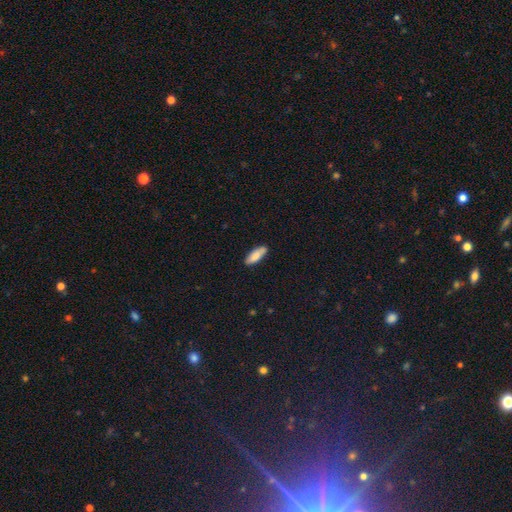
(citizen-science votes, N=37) Smooth or featured: smooth — 89% (featured or disk — 5%)
How rounded: in between — 67% (cigar-shaped — 33%)
Merging: none — 86% (minor disturbance — 14%)